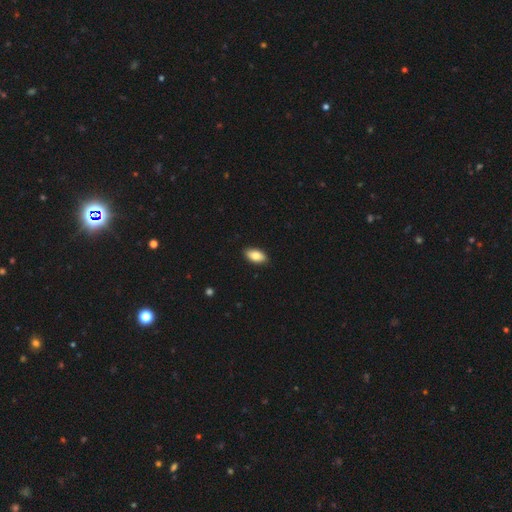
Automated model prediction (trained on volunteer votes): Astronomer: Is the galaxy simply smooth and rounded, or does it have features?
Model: smooth — 84%.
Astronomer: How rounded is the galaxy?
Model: in between — 93%.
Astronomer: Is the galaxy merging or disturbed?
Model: none — 89%.